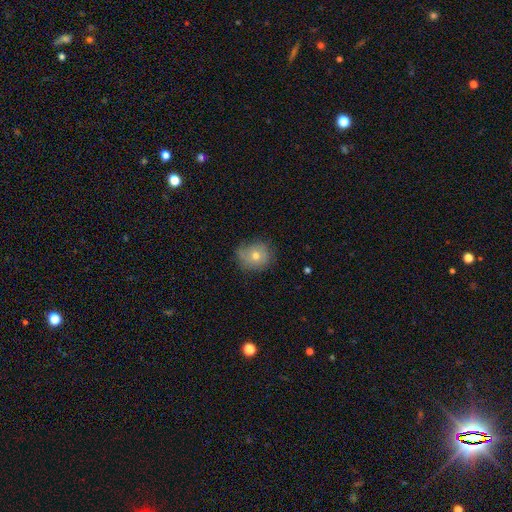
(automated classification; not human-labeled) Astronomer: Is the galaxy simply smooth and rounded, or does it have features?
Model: smooth — 60%.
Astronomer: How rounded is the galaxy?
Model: round — 77%.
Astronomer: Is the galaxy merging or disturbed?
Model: none — 64%.